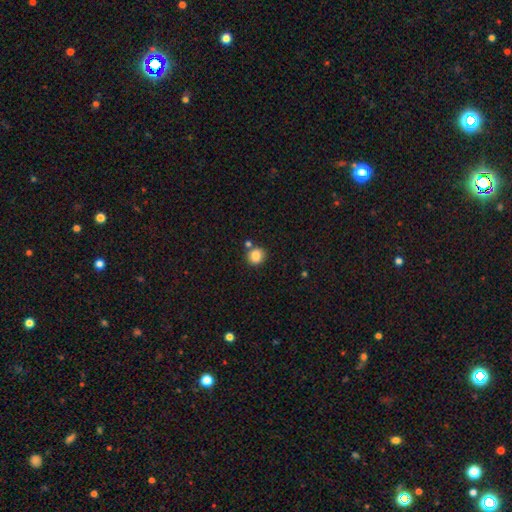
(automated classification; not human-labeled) Smooth or featured?
  - smooth: 85% *
  - star or artifact: 10%
  - featured or disk: 5%
How rounded?
  - round: 86% *
  - in between: 13%
  - cigar-shaped: 1%
Merging?
  - none: 73% *
  - merger: 13%
  - minor disturbance: 11%
  - major disturbance: 3%